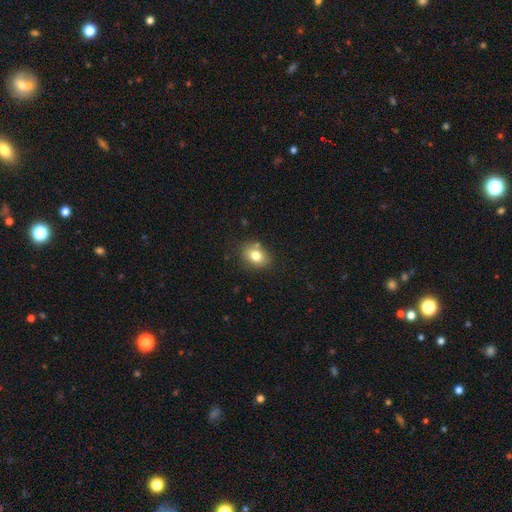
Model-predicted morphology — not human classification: Overall: smooth (78%). How rounded: in between (60%; round 39%). Merging: none (78%).